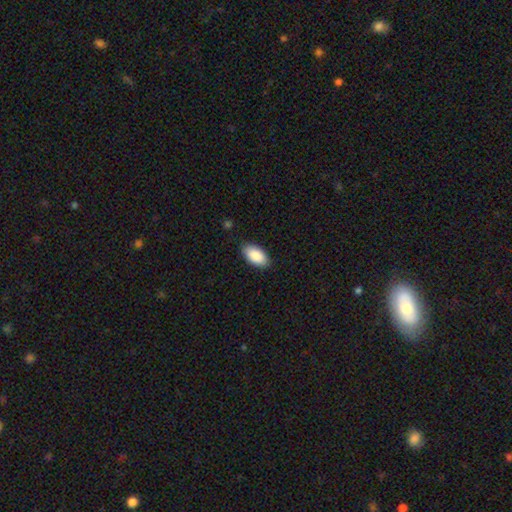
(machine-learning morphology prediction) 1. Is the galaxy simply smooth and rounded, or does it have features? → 89% smooth, 6% star or artifact, 5% featured or disk.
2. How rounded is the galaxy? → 95% in between, 2% cigar-shaped, 2% round.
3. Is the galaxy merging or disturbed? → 86% none, 11% minor disturbance, 2% major disturbance, 1% merger.